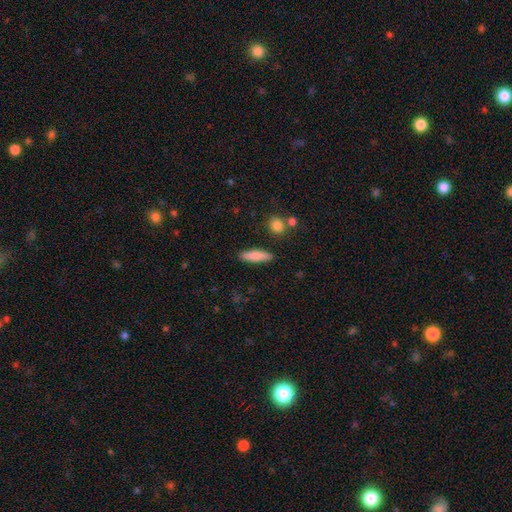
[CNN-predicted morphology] Smooth or featured?
  - smooth: 82% *
  - featured or disk: 12%
  - star or artifact: 6%
How rounded?
  - cigar-shaped: 69% *
  - in between: 29%
  - round: 2%
Merging?
  - none: 87% *
  - minor disturbance: 8%
  - merger: 2%
  - major disturbance: 2%